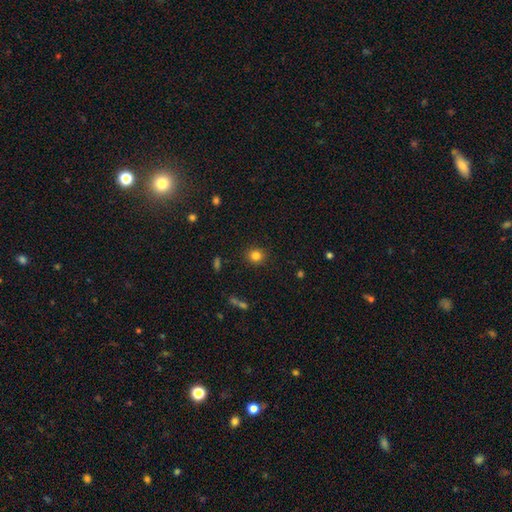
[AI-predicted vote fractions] This is clearly a smooth galaxy (82%). How rounded: clearly round (82%). Merging: clearly none (90%).